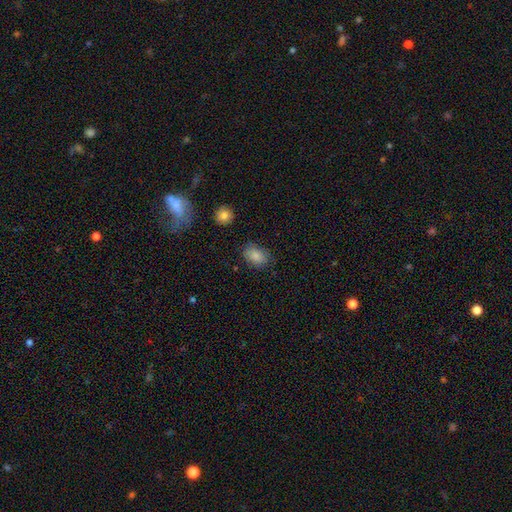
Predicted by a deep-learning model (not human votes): A smooth galaxy with no disk features (85%) that is in between round and cigar-shaped (82%).

Vote fractions:
- Smooth or featured? smooth: 85% / star or artifact: 8% / featured or disk: 7%
- How rounded? in between: 82% / round: 17% / cigar-shaped: 1%
- Merging? none: 77% / minor disturbance: 17% / major disturbance: 4% / merger: 2%